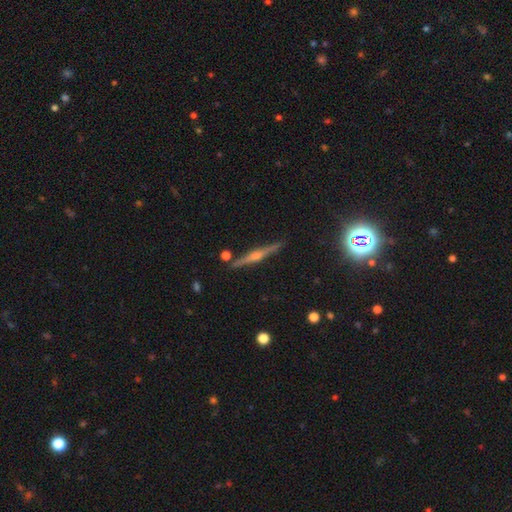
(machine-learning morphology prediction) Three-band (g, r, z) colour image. It shows a featured or disk galaxy (77%) viewed edge-on (98%) with a rounded central bulge (83%). Merging: none (89%).